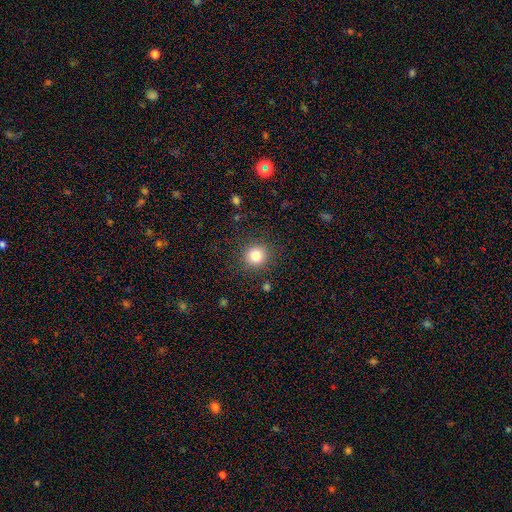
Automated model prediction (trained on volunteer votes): smooth_or_featured: smooth (p=0.82) [alt: star or artifact p=0.12]
how_rounded: round (p=0.93) [alt: in between p=0.06]
merging: none (p=0.88) [alt: minor disturbance p=0.07]